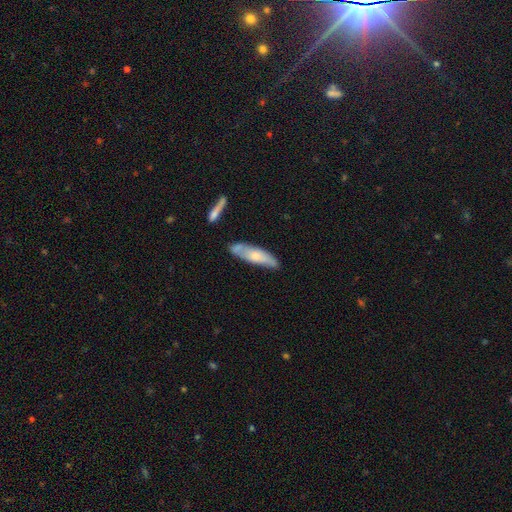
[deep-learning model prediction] smooth 55%, featured or disk 39%, star or artifact 6%. Down the decision tree: how rounded — cigar-shaped (69%); merging — none (63%).